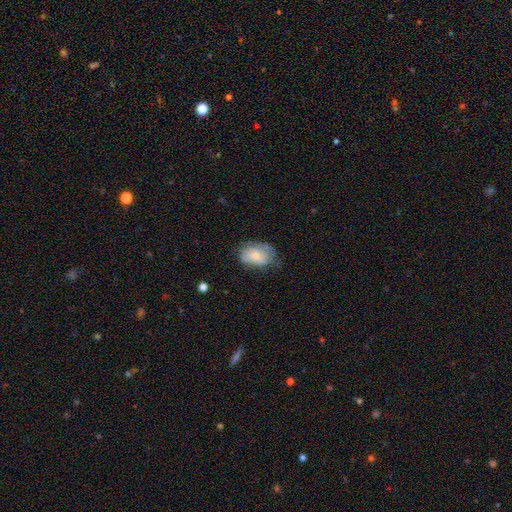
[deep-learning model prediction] This appears to be a smooth galaxy with no disk features (65%) that is in between round and cigar-shaped (82%). Merging: none (56%).